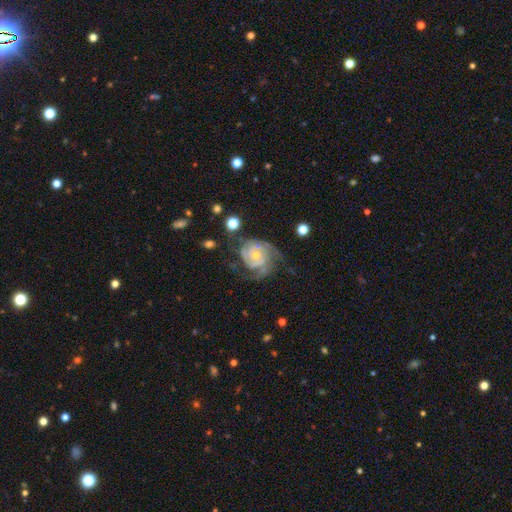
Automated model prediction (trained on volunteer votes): Q: Smooth or featured?
A: featured or disk (85%); runner-up: smooth (10%)
Q: Edge-on disk?
A: no (98%); runner-up: yes (2%)
Q: Bar?
A: no (76%); runner-up: weak (20%)
Q: Spiral arms?
A: yes (94%); runner-up: no (6%)
Q: Spiral winding?
A: tight (62%); runner-up: medium (30%)
Q: Spiral arm count?
A: 2 (33%); runner-up: 3 (26%)
Q: Bulge size?
A: small (60%); runner-up: moderate (36%)
Q: Merging?
A: none (52%); runner-up: minor disturbance (24%)